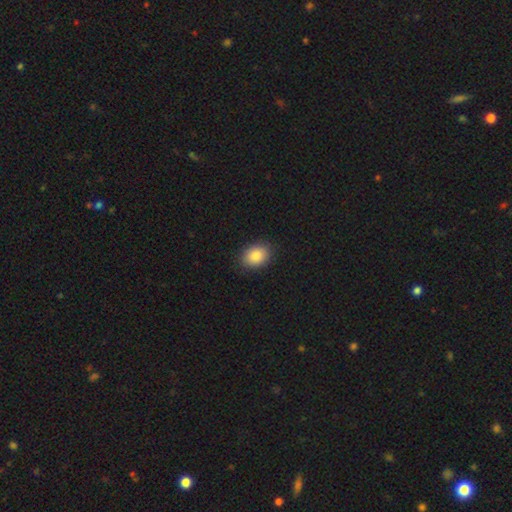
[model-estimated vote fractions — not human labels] Smooth or featured? Predicted: smooth (p=0.88). How rounded? Predicted: in between (p=0.73). Merging? Predicted: none (p=0.88).